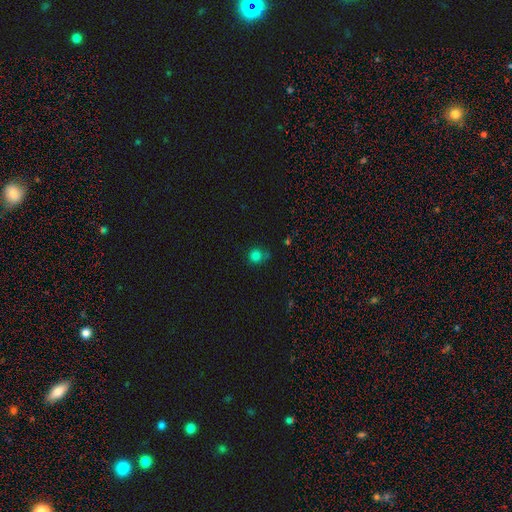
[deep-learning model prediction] A smooth galaxy with no disk features (79%) that is round (89%). Merging: none (67%).